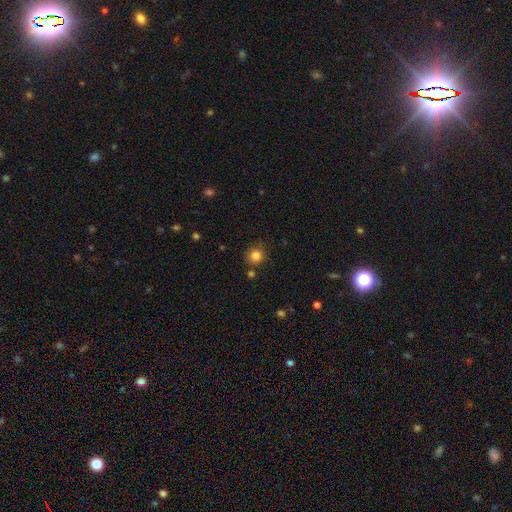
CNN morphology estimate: The model was most divided on "smooth or featured": smooth: 83%, star or artifact: 12%, featured or disk: 5%. More confident: how rounded — round (92%); merging — none (82%).